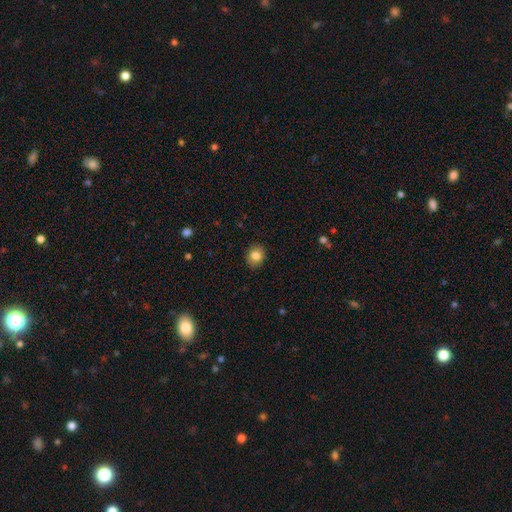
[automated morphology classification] The model was most divided on "how rounded": round: 67%, in between: 32%, cigar-shaped: 1%. More confident: merging — none (89%); smooth or featured — smooth (84%).